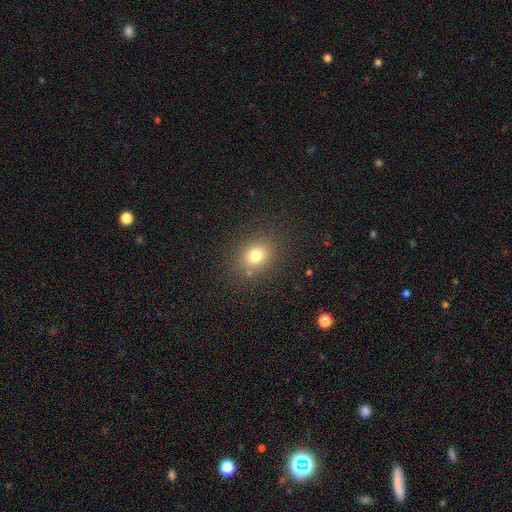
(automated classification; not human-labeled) smooth-or-featured: smooth: 75% | star or artifact: 15% | featured or disk: 9%
  how-rounded: round: 59% | in between: 40% | cigar-shaped: 1%
  merging: none: 83% | minor disturbance: 10% | major disturbance: 4% | merger: 3%